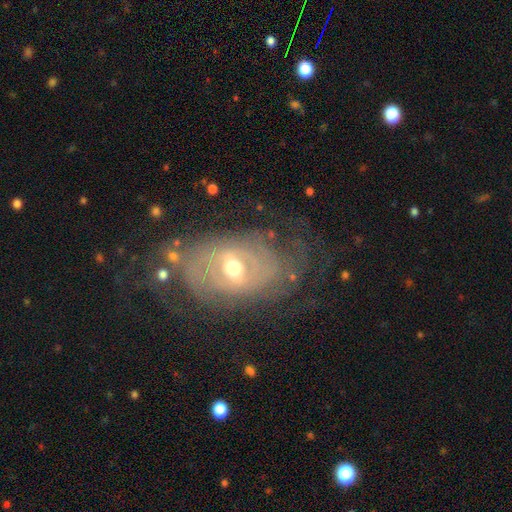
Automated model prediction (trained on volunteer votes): Q: Smooth or featured?
A: featured or disk (82%); runner-up: smooth (11%)
Q: Edge-on disk?
A: no (94%); runner-up: yes (6%)
Q: Bar?
A: weak (49%); runner-up: no (27%)
Q: Spiral arms?
A: yes (83%); runner-up: no (17%)
Q: Spiral winding?
A: tight (67%); runner-up: medium (24%)
Q: Spiral arm count?
A: can't tell (52%); runner-up: 2 (23%)
Q: Bulge size?
A: moderate (67%); runner-up: small (25%)
Q: Merging?
A: none (66%); runner-up: minor disturbance (19%)